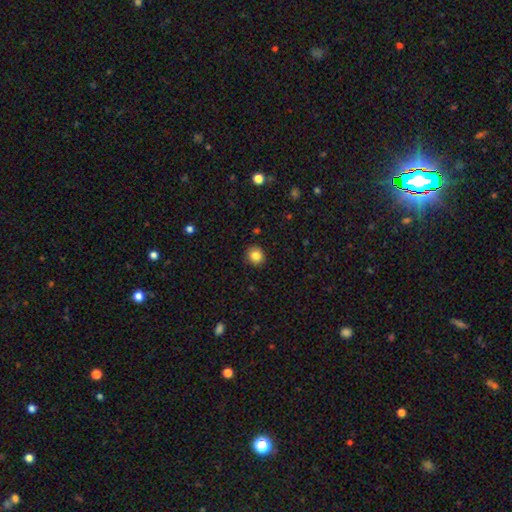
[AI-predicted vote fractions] Smooth or featured?
  - smooth: 84% *
  - star or artifact: 10%
  - featured or disk: 6%
How rounded?
  - round: 84% *
  - in between: 15%
  - cigar-shaped: 1%
Merging?
  - none: 90% *
  - minor disturbance: 7%
  - major disturbance: 2%
  - merger: 1%